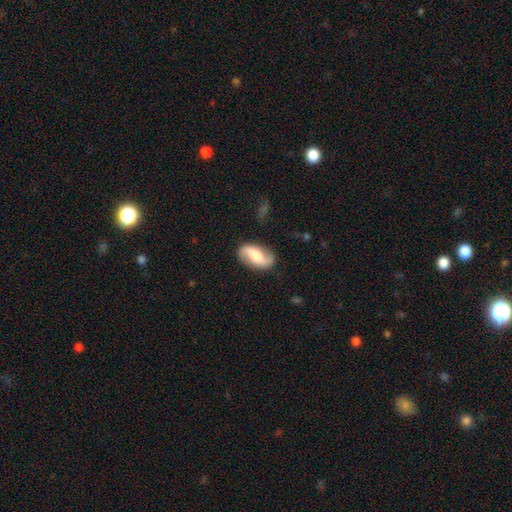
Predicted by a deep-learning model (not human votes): smooth_or_featured: featured or disk (p=0.74) [alt: smooth p=0.20]
disk_edge_on: no (p=0.95) [alt: yes p=0.05]
bar: weak (p=0.38) [alt: no p=0.37]
has_spiral_arms: yes (p=0.92) [alt: no p=0.08]
spiral_winding: loose (p=0.68) [alt: medium p=0.24]
spiral_arm_count: 2 (p=0.93) [alt: can't tell p=0.02]
bulge_size: moderate (p=0.53) [alt: large p=0.28]
merging: none (p=0.84) [alt: minor disturbance p=0.11]